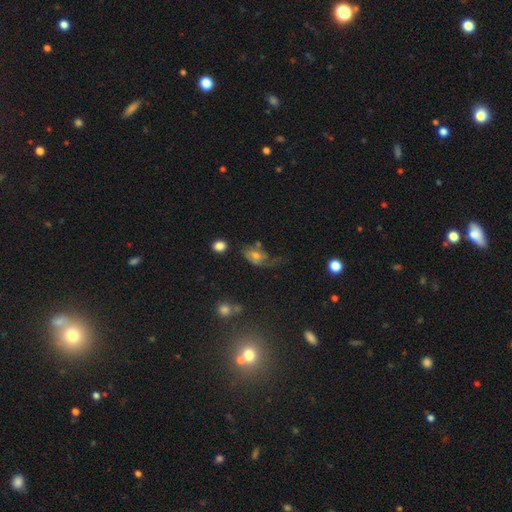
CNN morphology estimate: Smooth or featured? smooth (48%)
Merging? major disturbance (41%)